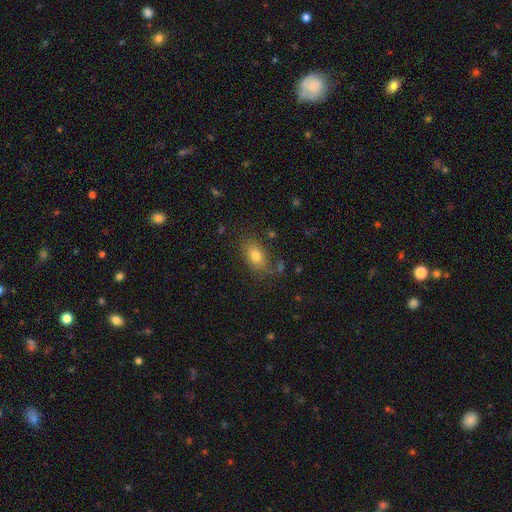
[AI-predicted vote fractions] Smooth or featured: smooth — 78% (featured or disk — 12%)
How rounded: in between — 85% (round — 13%)
Merging: none — 75% (minor disturbance — 16%)